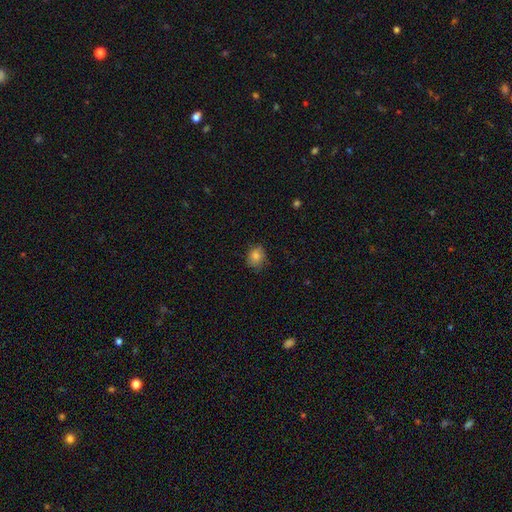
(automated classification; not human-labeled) Smooth or featured: smooth — 83% (star or artifact — 9%)
How rounded: round — 54% (in between — 45%)
Merging: none — 76% (minor disturbance — 19%)